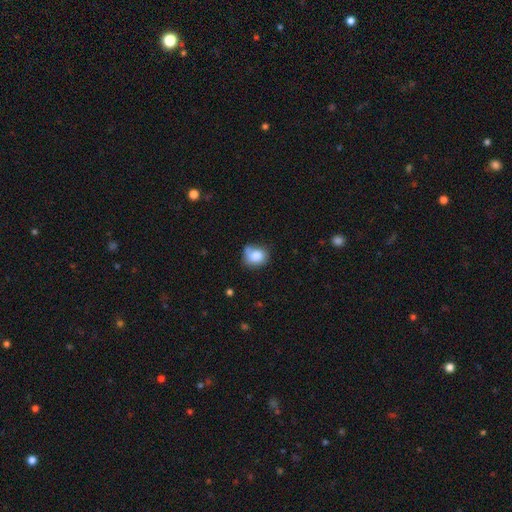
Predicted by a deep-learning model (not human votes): Morphology: type=smooth (81%); roundness=round (65%); merging=none (53%).